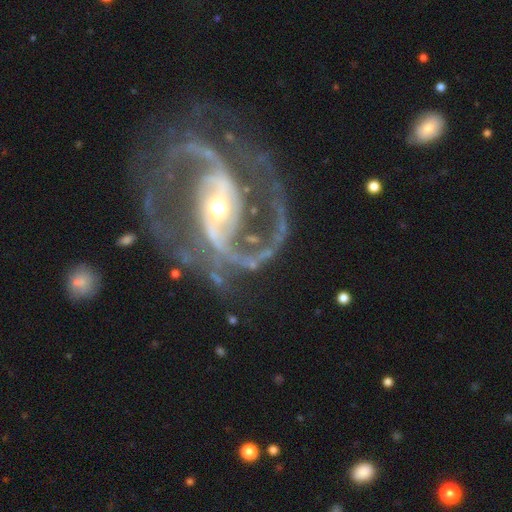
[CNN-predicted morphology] The model was most divided on "bulge size": moderate: 49%, small: 45%, large: 4%, dominant: 1%, none: 1%. More confident: spiral arms — yes (98%); edge-on disk — no (98%); smooth or featured — featured or disk (94%); spiral arm count — 2 (89%); merging — none (70%); spiral winding — medium (60%); bar — strong (55%).